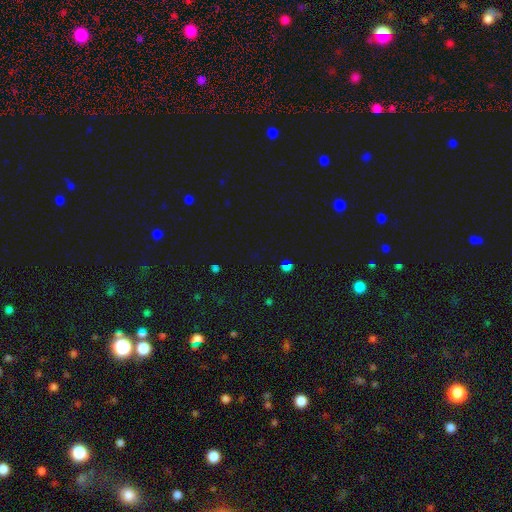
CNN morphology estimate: A star or artifact, not a galaxy (60%).